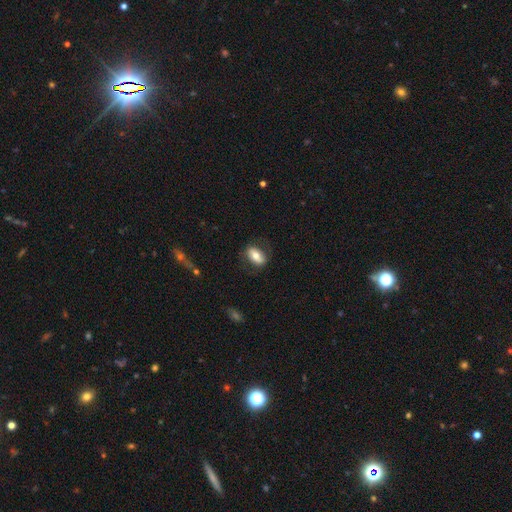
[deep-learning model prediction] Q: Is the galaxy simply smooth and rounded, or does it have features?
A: smooth — 67%.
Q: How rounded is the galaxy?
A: in between — 88%.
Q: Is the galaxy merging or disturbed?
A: none — 76%.